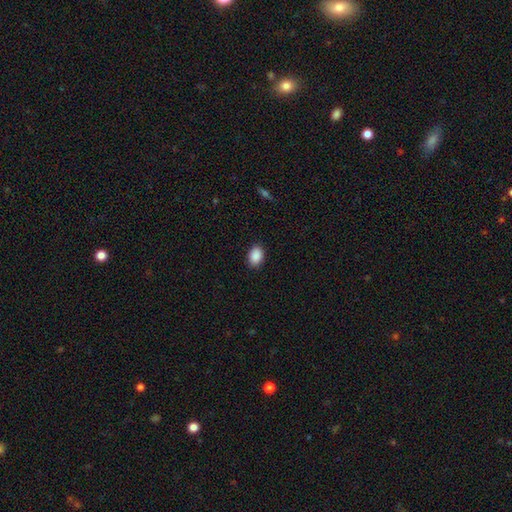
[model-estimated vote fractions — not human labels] A smooth galaxy with no disk features (90%) that is in between round and cigar-shaped (80%).

Vote fractions:
- Smooth or featured? smooth: 90% / star or artifact: 7% / featured or disk: 2%
- How rounded? in between: 80% / round: 18% / cigar-shaped: 1%
- Merging? none: 88% / minor disturbance: 9% / major disturbance: 2% / merger: 1%